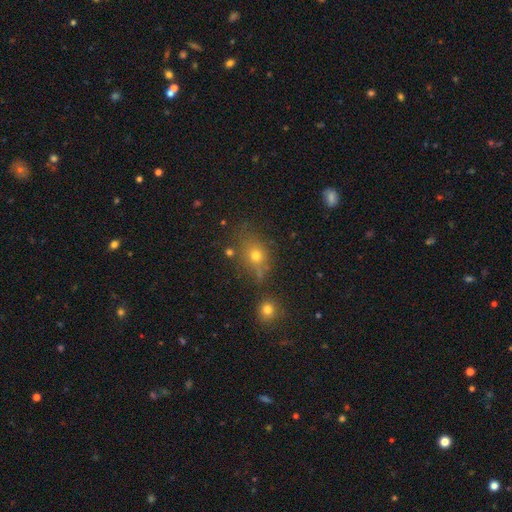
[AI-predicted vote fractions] Morphology: type=smooth (65%); roundness=round (51%); merging=none (63%).